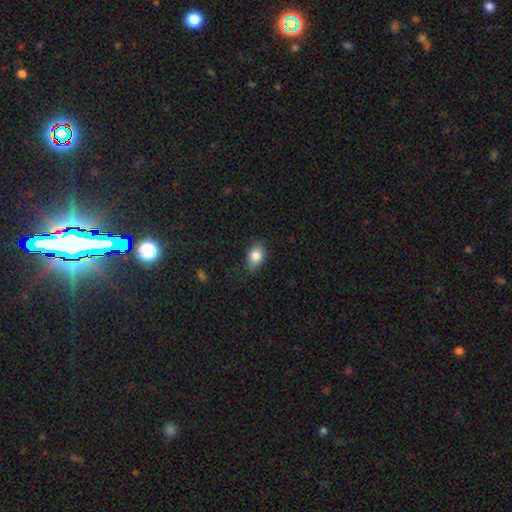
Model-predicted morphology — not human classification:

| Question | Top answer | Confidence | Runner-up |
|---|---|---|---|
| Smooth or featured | smooth | 84% | star or artifact (9%) |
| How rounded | in between | 75% | round (24%) |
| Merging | none | 80% | minor disturbance (16%) |